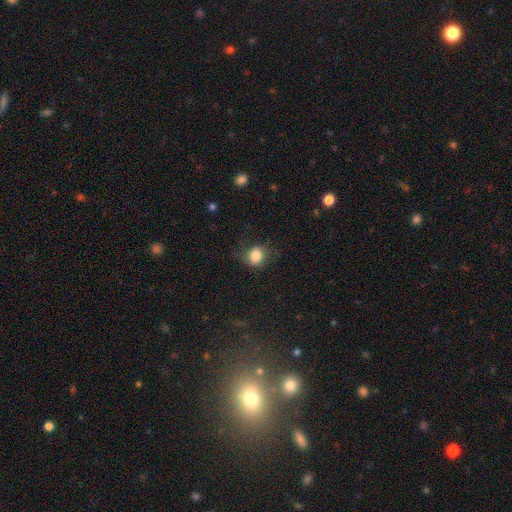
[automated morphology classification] Smooth or featured? smooth (83%)
How rounded? round (66%)
Merging? none (66%)